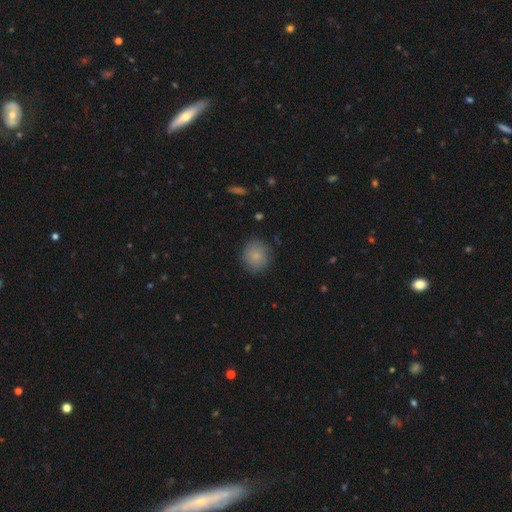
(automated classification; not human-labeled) Morphology: type=smooth (80%); roundness=round (81%); merging=none (83%).